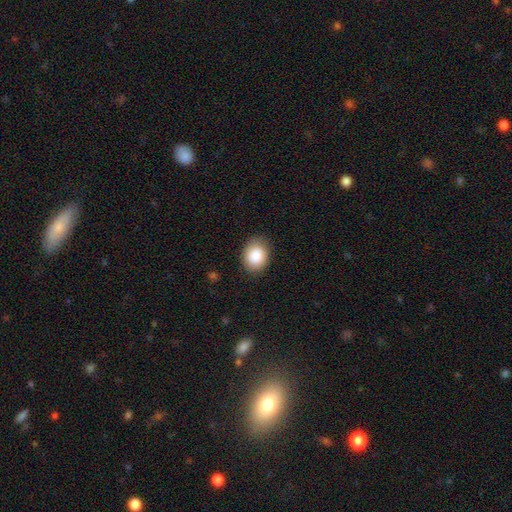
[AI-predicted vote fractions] Smooth or featured?
  - smooth: 88% *
  - star or artifact: 7%
  - featured or disk: 5%
How rounded?
  - in between: 56% *
  - round: 43%
  - cigar-shaped: 1%
Merging?
  - none: 81% *
  - minor disturbance: 15%
  - major disturbance: 3%
  - merger: 1%